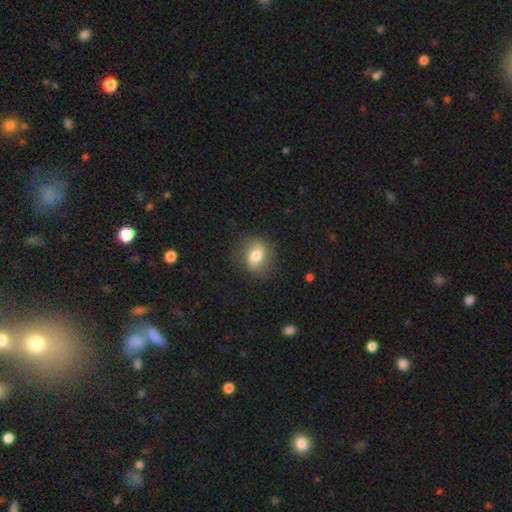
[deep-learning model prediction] The model was most divided on "how rounded": in between: 60%, round: 38%, cigar-shaped: 2%. More confident: merging — none (75%); smooth or featured — smooth (72%).